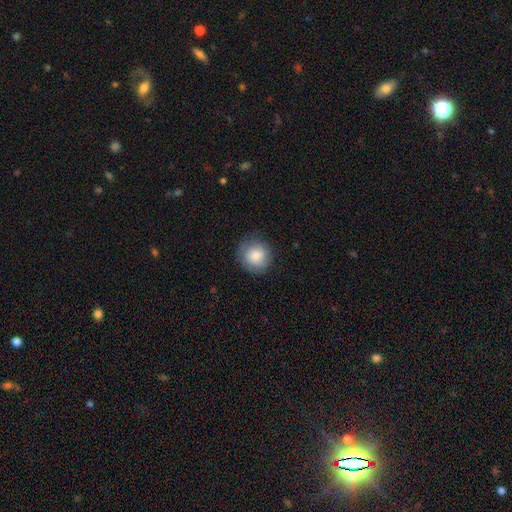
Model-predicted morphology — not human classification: Smooth or featured? Predicted: smooth (p=0.78). How rounded? Predicted: round (p=0.90). Merging? Predicted: none (p=0.82).